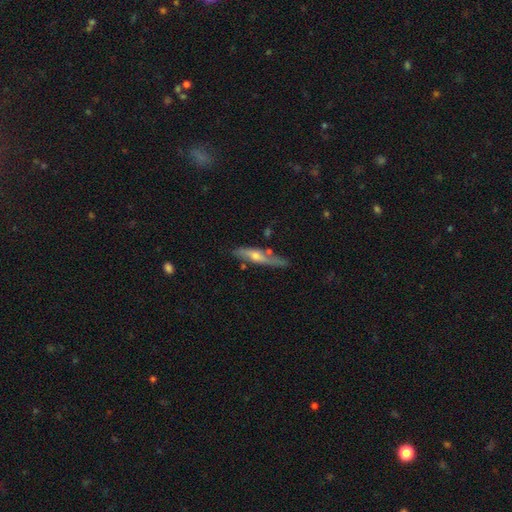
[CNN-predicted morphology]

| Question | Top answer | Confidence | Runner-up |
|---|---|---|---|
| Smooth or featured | featured or disk | 60% | smooth (34%) |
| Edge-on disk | yes | 79% | no (21%) |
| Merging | none | 67% | minor disturbance (22%) |